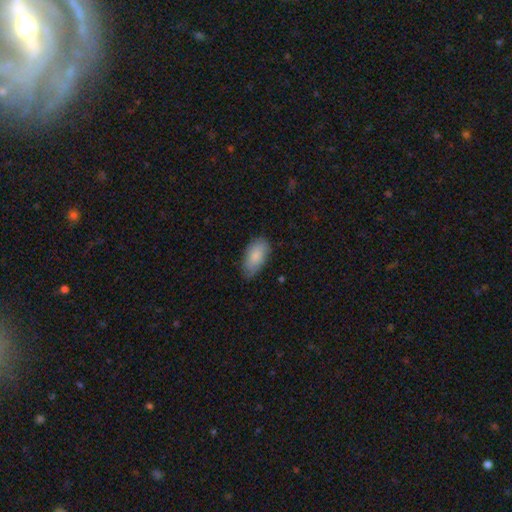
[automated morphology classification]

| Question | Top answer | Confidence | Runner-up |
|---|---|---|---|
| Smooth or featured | smooth | 84% | featured or disk (11%) |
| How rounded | in between | 93% | cigar-shaped (4%) |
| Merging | none | 71% | minor disturbance (24%) |